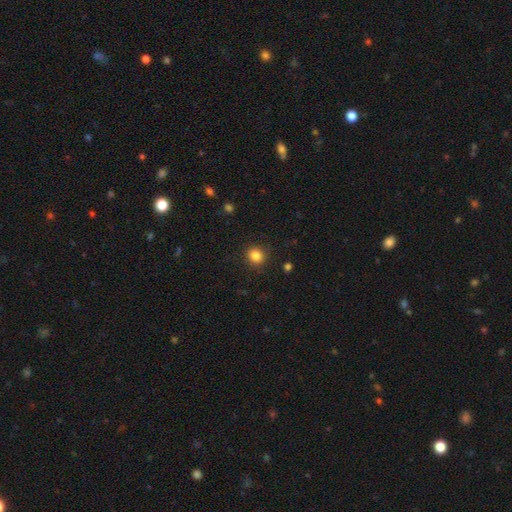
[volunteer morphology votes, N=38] Q: Smooth or featured?
A: smooth (89%); runner-up: featured or disk (5%)
Q: How rounded?
A: round (71%); runner-up: in between (26%)
Q: Merging?
A: none (83%); runner-up: minor disturbance (11%)